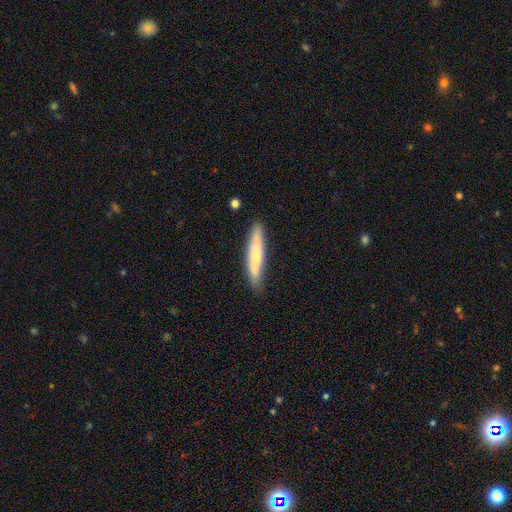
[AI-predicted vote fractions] smooth_or_featured: smooth (p=0.66) [alt: featured or disk p=0.28]
how_rounded: cigar-shaped (p=0.90) [alt: in between p=0.09]
merging: none (p=0.82) [alt: minor disturbance p=0.14]